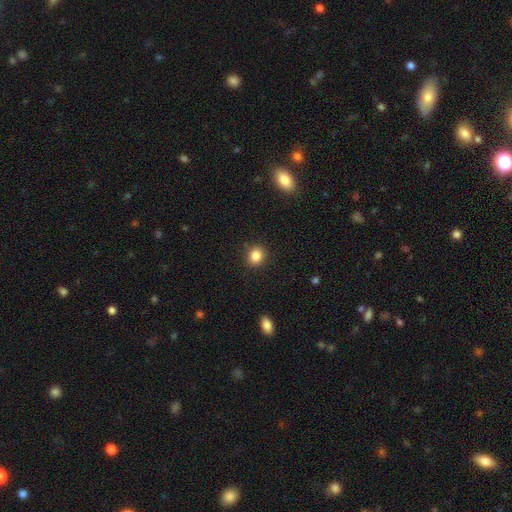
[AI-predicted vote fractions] A smooth galaxy with no disk features (85%) that is round (77%). Merging: none (90%).